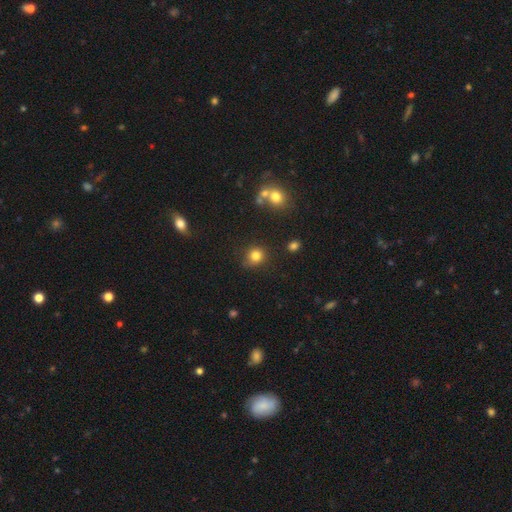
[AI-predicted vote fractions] smooth_or_featured: smooth (p=0.82) [alt: star or artifact p=0.12]
how_rounded: round (p=0.83) [alt: in between p=0.16]
merging: none (p=0.75) [alt: minor disturbance p=0.17]